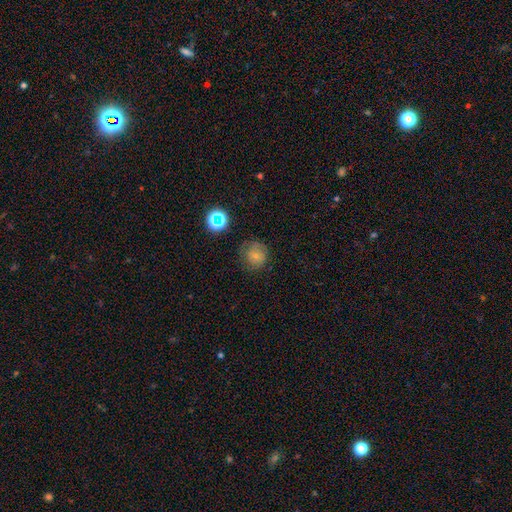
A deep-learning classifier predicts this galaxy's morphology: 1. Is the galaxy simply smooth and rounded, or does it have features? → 66% smooth, 17% featured or disk, 16% star or artifact.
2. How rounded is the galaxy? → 87% round, 12% in between, 1% cigar-shaped.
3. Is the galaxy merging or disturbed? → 69% none, 20% minor disturbance, 9% major disturbance, 2% merger.